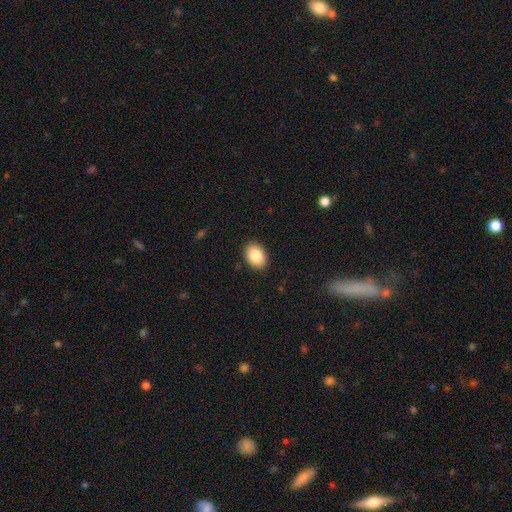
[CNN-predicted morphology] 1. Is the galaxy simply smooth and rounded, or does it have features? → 86% smooth, 7% star or artifact, 7% featured or disk.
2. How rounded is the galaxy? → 76% in between, 23% round, 1% cigar-shaped.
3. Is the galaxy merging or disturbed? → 90% none, 8% minor disturbance, 2% major disturbance, 1% merger.